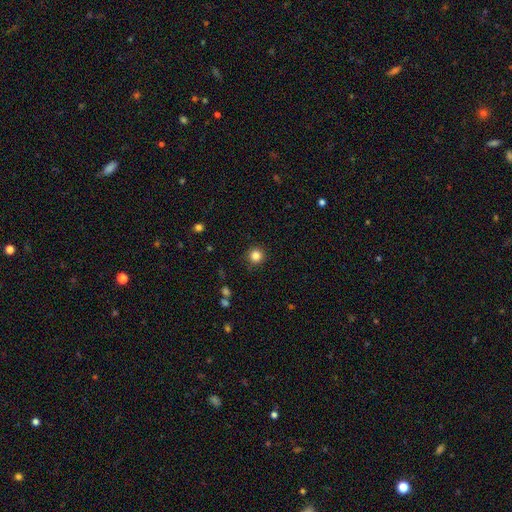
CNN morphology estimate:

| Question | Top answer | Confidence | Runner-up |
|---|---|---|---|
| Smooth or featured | smooth | 84% | star or artifact (11%) |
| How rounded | round | 95% | in between (4%) |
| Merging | none | 90% | minor disturbance (6%) |